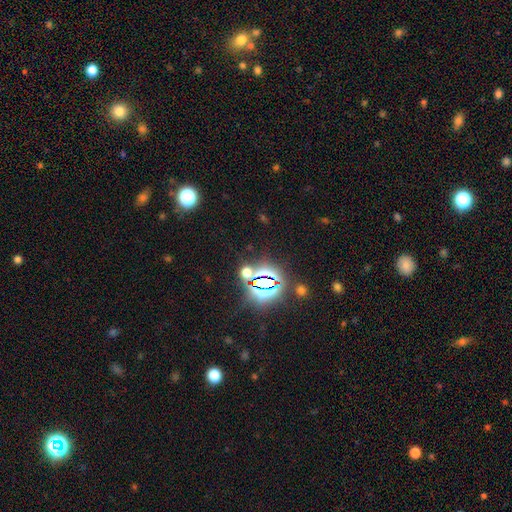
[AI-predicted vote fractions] star or artifact 82%, smooth 12%, featured or disk 6%.